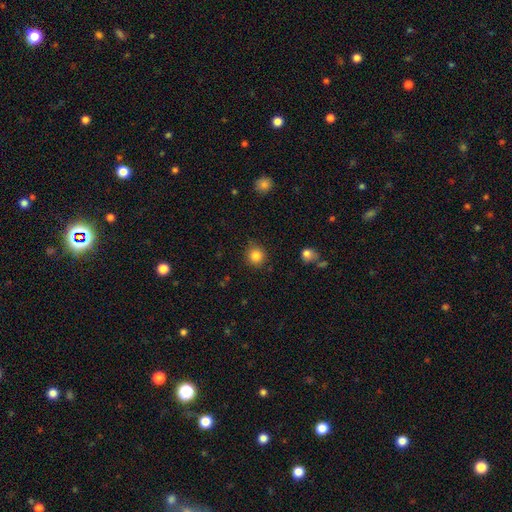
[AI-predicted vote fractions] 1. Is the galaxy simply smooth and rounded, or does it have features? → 85% smooth, 10% star or artifact, 5% featured or disk.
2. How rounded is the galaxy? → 91% round, 8% in between, 1% cigar-shaped.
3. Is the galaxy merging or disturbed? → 85% none, 11% minor disturbance, 3% major disturbance, 2% merger.